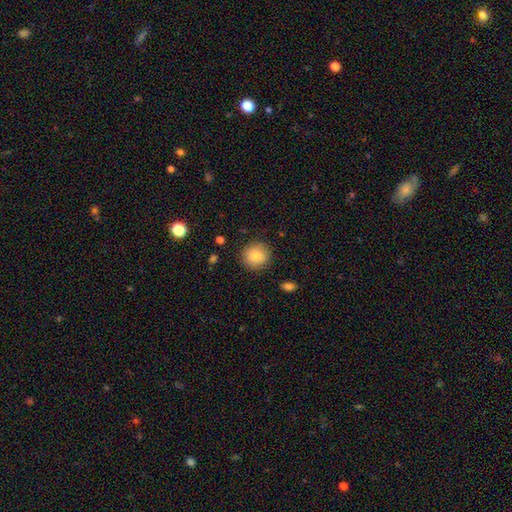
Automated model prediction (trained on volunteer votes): Smooth or featured? Predicted: smooth (p=0.85). How rounded? Predicted: round (p=0.93). Merging? Predicted: none (p=0.89).